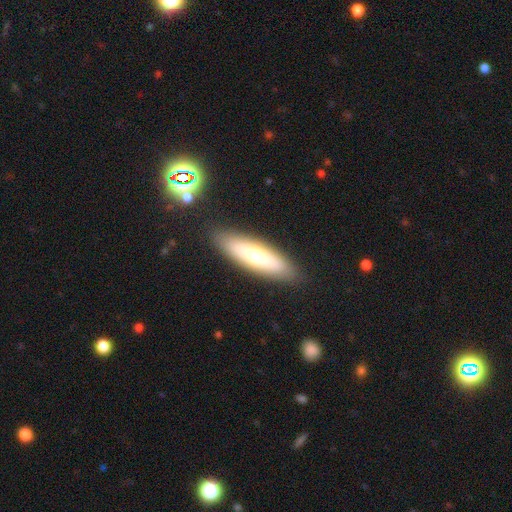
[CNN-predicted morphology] smooth 63%, featured or disk 30%, star or artifact 6%. Down the decision tree: how rounded — cigar-shaped (59%); merging — none (88%).